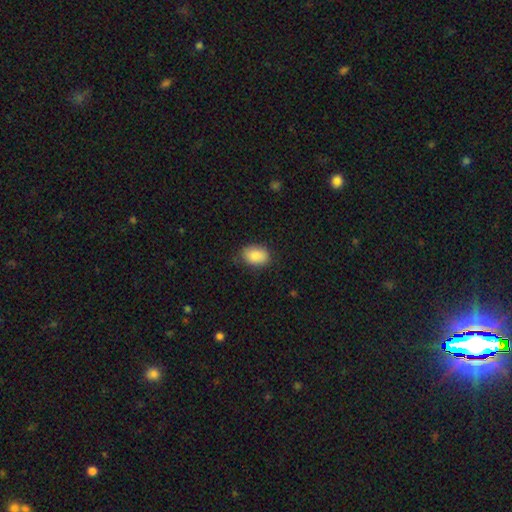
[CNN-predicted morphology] smooth 88%, star or artifact 7%, featured or disk 5%. Down the decision tree: how rounded — in between (83%); merging — none (80%).